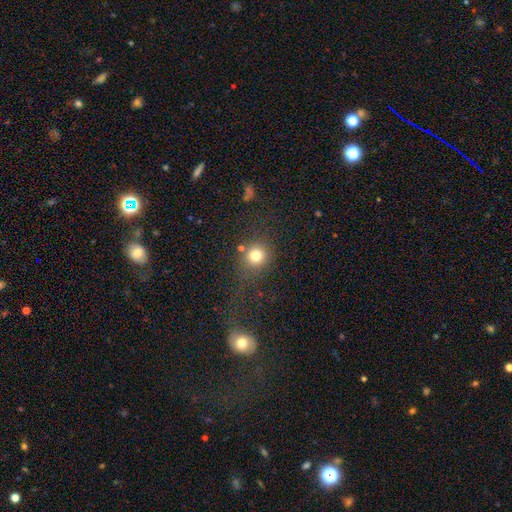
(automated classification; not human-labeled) The model was most divided on "merging": none: 67%, minor disturbance: 13%, major disturbance: 11%, merger: 10%. More confident: how rounded — round (86%); smooth or featured — smooth (78%).